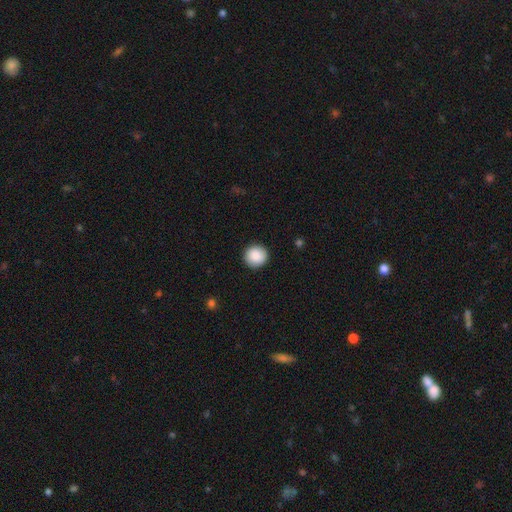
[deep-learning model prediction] Smooth or featured: smooth — 89% (star or artifact — 7%)
How rounded: round — 95% (in between — 4%)
Merging: none — 92% (minor disturbance — 5%)